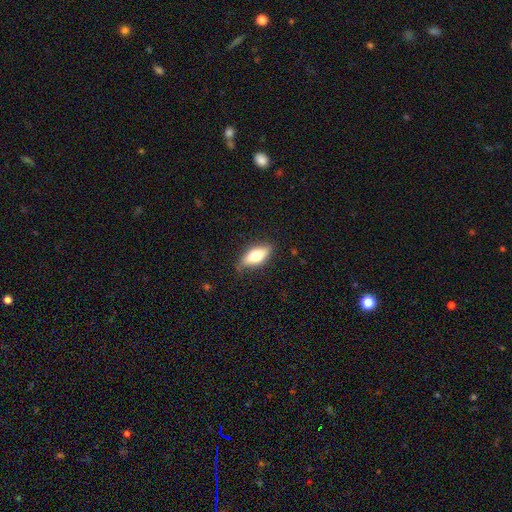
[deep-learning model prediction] smooth-or-featured: smooth: 66% | featured or disk: 28% | star or artifact: 7%
  how-rounded: in between: 78% | cigar-shaped: 18% | round: 4%
  merging: none: 79% | minor disturbance: 17% | major disturbance: 4% | merger: 1%